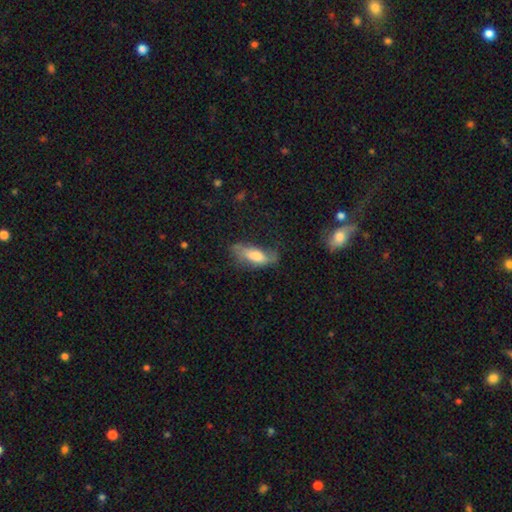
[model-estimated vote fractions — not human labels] Smooth or featured?
  - smooth: 65% *
  - featured or disk: 28%
  - star or artifact: 7%
How rounded?
  - in between: 61% *
  - cigar-shaped: 37%
  - round: 2%
Merging?
  - none: 51% *
  - minor disturbance: 31%
  - major disturbance: 16%
  - merger: 3%